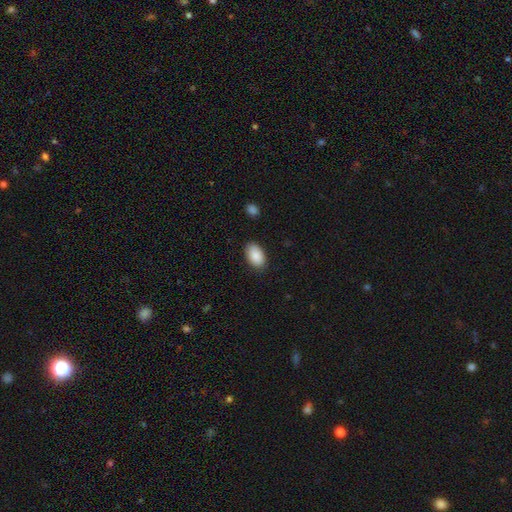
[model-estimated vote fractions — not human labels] The model was most divided on "merging": none: 85%, minor disturbance: 11%, major disturbance: 2%, merger: 1%. More confident: how rounded — in between (93%); smooth or featured — smooth (90%).